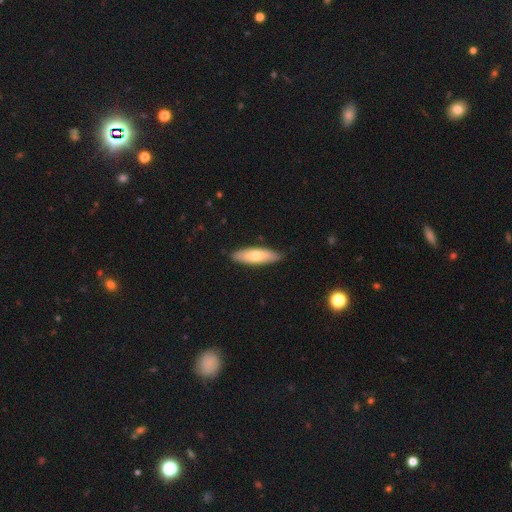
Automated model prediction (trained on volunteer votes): smooth-or-featured: smooth: 68% | featured or disk: 27% | star or artifact: 5%
  how-rounded: cigar-shaped: 50% | in between: 48% | round: 2%
  merging: none: 87% | minor disturbance: 10% | major disturbance: 2% | merger: 1%